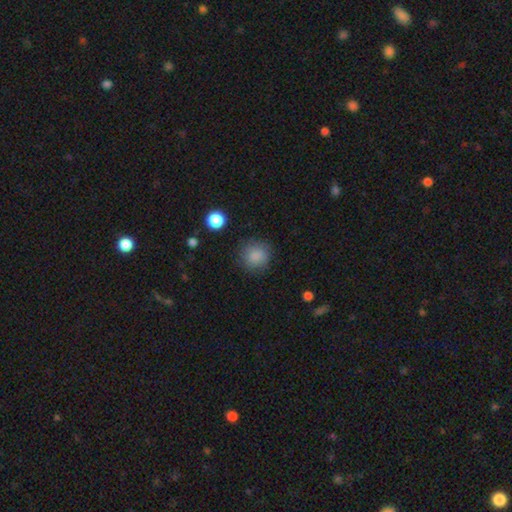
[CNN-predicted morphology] Smooth or featured? Predicted: smooth (p=0.85). How rounded? Predicted: round (p=0.90). Merging? Predicted: none (p=0.84).